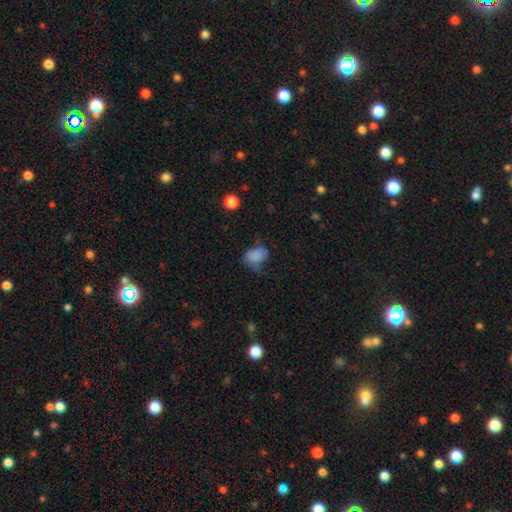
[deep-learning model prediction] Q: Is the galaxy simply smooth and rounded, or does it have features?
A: smooth — 77%.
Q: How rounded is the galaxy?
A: in between — 70%.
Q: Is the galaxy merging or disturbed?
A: none — 40%.